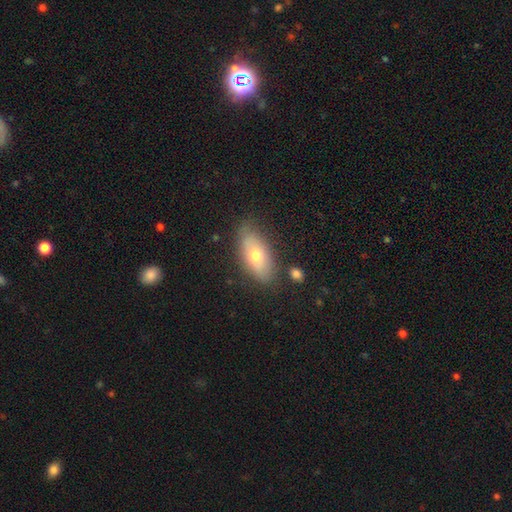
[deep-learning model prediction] smooth_or_featured: smooth (p=0.64) [alt: featured or disk p=0.28]
how_rounded: in between (p=0.85) [alt: cigar-shaped p=0.11]
merging: none (p=0.78) [alt: minor disturbance p=0.16]